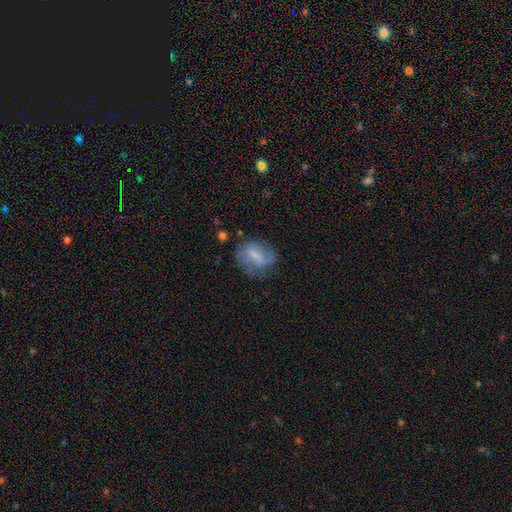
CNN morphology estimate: A featured or disk galaxy (46%).

Vote fractions:
- Smooth or featured? featured or disk: 46% / smooth: 45% / star or artifact: 9%
- Merging? none: 57% / minor disturbance: 26% / major disturbance: 14% / merger: 3%